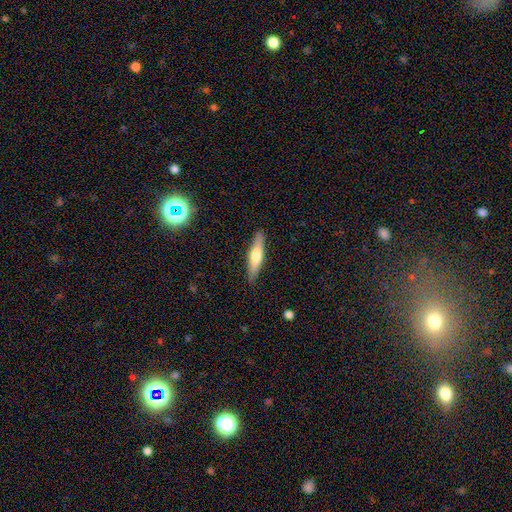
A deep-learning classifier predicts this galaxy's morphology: Overall: smooth (53%; featured or disk 41%). How rounded: cigar-shaped (82%). Merging: none (89%).